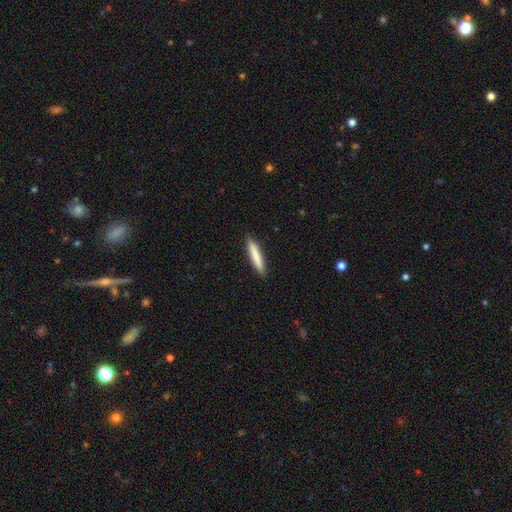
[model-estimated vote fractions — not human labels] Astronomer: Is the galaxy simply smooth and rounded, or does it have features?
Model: smooth — 81%.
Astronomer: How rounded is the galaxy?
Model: cigar-shaped — 91%.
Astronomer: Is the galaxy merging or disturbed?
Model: none — 90%.